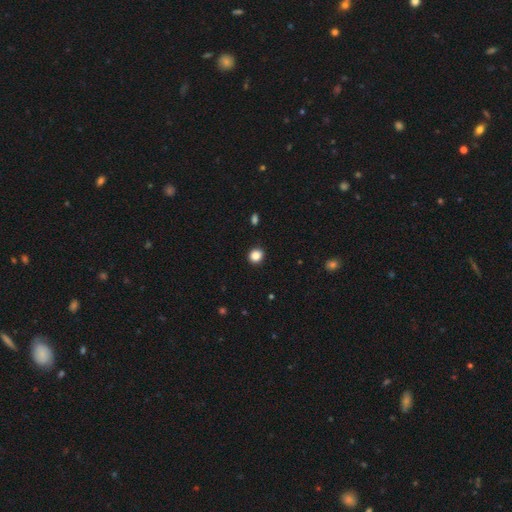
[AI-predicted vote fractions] smooth-or-featured: smooth: 86% | star or artifact: 11% | featured or disk: 3%
  how-rounded: round: 85% | in between: 14% | cigar-shaped: 1%
  merging: none: 92% | minor disturbance: 5% | major disturbance: 2% | merger: 1%